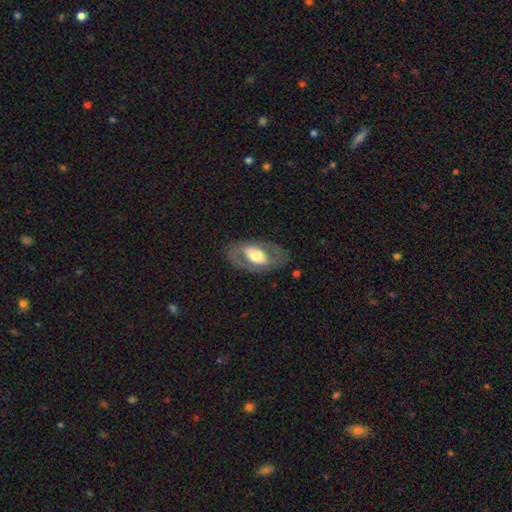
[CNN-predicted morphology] smooth-or-featured: featured or disk: 65% | smooth: 30% | star or artifact: 5%
  disk-edge-on: no: 92% | yes: 8%
    bar: no: 46% | weak: 29% | strong: 25%
    has-spiral-arms: no: 52% | yes: 48%
    bulge-size: moderate: 52% | large: 33% | small: 10% | dominant: 3% | none: 1%
  merging: none: 76% | minor disturbance: 14% | major disturbance: 9% | merger: 1%